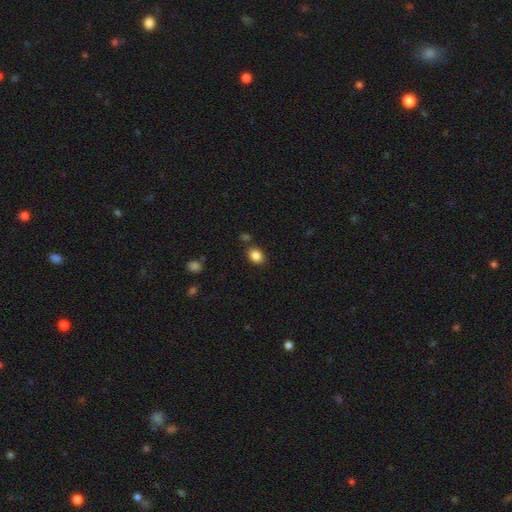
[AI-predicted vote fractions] This is clearly a smooth galaxy (86%). How rounded: likely in between (69%). Merging: clearly none (81%).